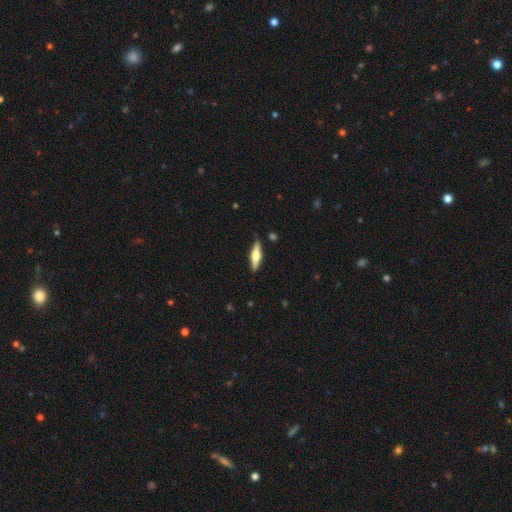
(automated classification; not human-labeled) A featured or disk galaxy (54%) viewed edge-on (95%) with a rounded central bulge (89%).

Vote fractions:
- Smooth or featured? featured or disk: 54% / smooth: 41% / star or artifact: 6%
- Edge-on disk? yes: 95% / no: 5%
- Edge-on bulge? rounded: 89% / boxy: 8% / none: 3%
- Merging? none: 88% / minor disturbance: 9% / major disturbance: 2% / merger: 1%